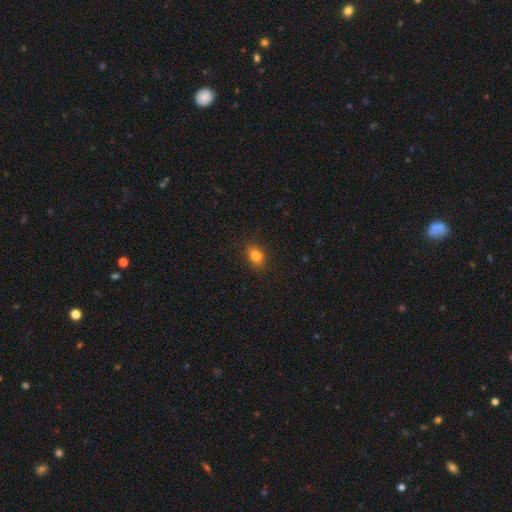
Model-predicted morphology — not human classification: Q: Smooth or featured?
A: smooth (82%); runner-up: star or artifact (11%)
Q: How rounded?
A: in between (72%); runner-up: round (26%)
Q: Merging?
A: none (87%); runner-up: minor disturbance (10%)